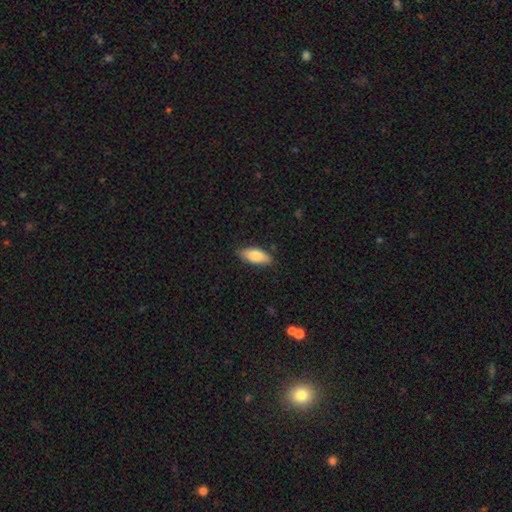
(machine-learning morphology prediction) Smooth or featured? smooth (83%)
How rounded? in between (79%)
Merging? none (83%)